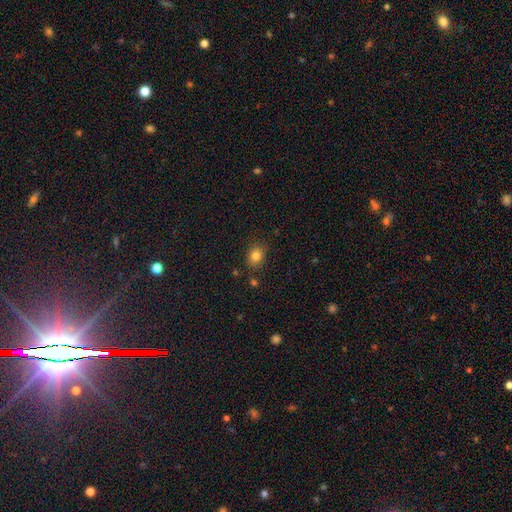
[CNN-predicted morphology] type=smooth (83%); roundness=round (59%); merging=none (84%).